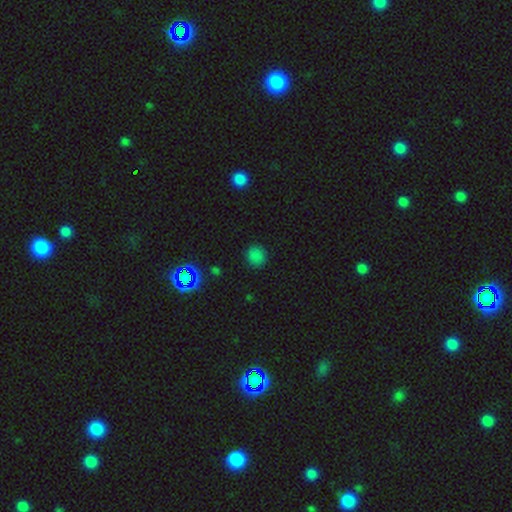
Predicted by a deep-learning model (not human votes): smooth_or_featured: smooth (p=0.76) [alt: star or artifact p=0.19]
how_rounded: round (p=0.88) [alt: in between p=0.11]
merging: none (p=0.87) [alt: minor disturbance p=0.09]